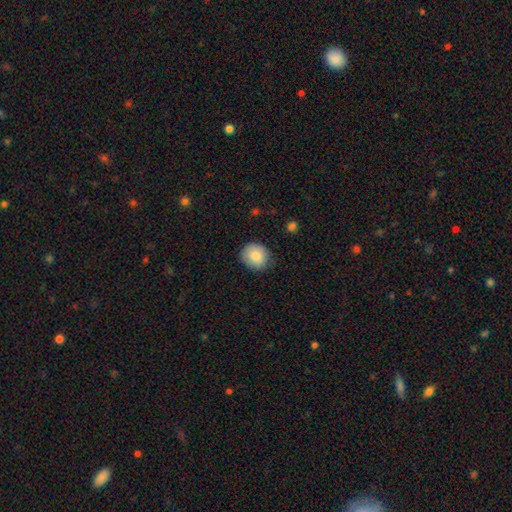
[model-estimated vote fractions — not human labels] smooth-or-featured: smooth: 84% | featured or disk: 8% | star or artifact: 8%
  how-rounded: round: 77% | in between: 23% | cigar-shaped: 1%
  merging: none: 80% | minor disturbance: 16% | major disturbance: 3% | merger: 1%